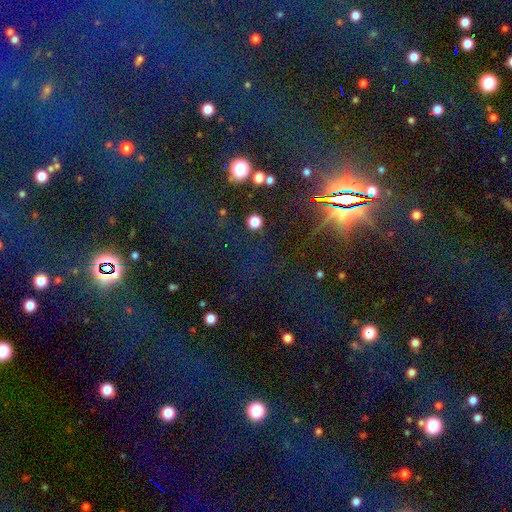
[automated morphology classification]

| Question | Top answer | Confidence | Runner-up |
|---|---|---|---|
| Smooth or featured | star or artifact | 82% | smooth (11%) |